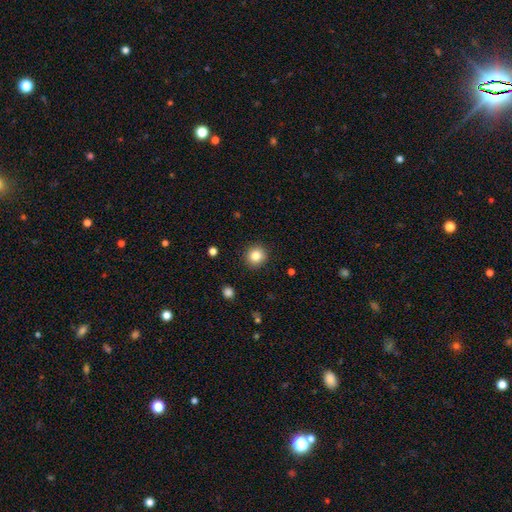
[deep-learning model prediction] smooth-or-featured: smooth: 84% | star or artifact: 10% | featured or disk: 6%
  how-rounded: round: 93% | in between: 6% | cigar-shaped: 1%
  merging: none: 91% | minor disturbance: 6% | major disturbance: 2% | merger: 1%